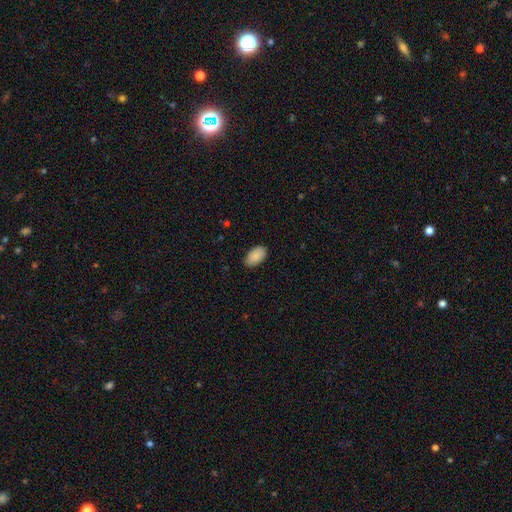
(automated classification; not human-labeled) Smooth or featured? smooth (89%)
How rounded? in between (95%)
Merging? none (85%)